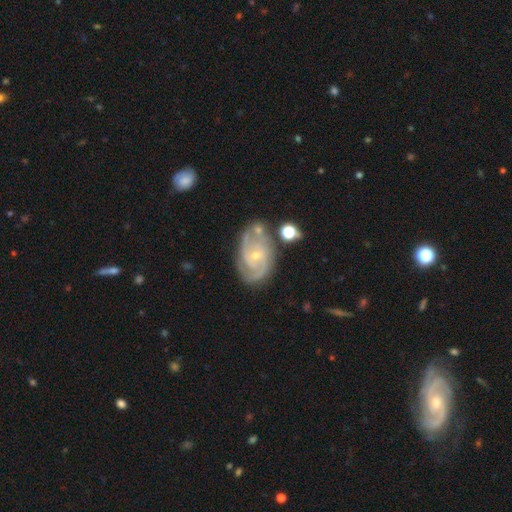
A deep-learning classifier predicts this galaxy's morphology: A featured or disk galaxy (86%) with no bar (58%), 2 (53%) tight (49%) spiral arms (96%) and a small central bulge (72%). Merging: none (66%).